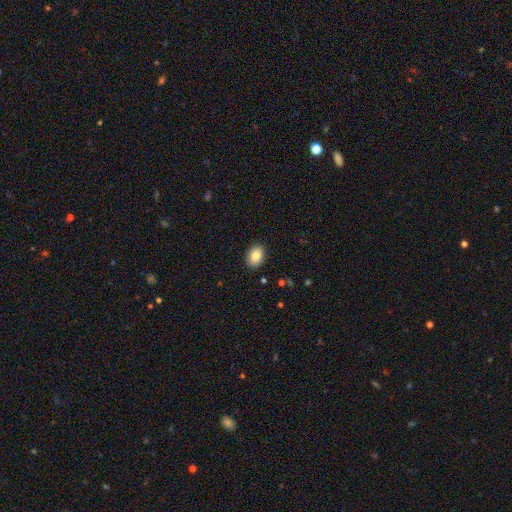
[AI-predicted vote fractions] The model was most divided on "how rounded": in between: 77%, round: 22%, cigar-shaped: 1%. More confident: merging — none (88%); smooth or featured — smooth (86%).